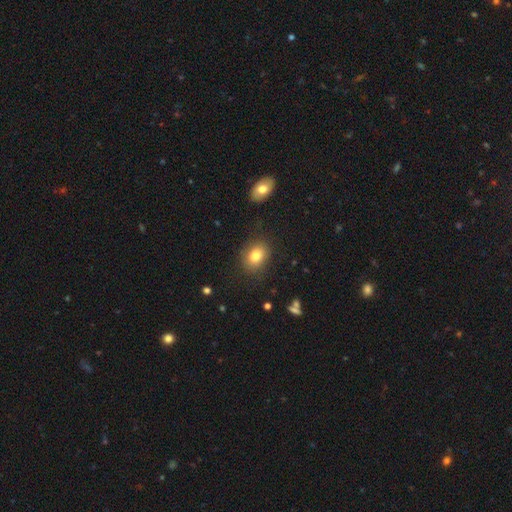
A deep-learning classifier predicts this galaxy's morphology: Q: Smooth or featured?
A: smooth (81%); runner-up: star or artifact (10%)
Q: How rounded?
A: in between (57%); runner-up: round (42%)
Q: Merging?
A: none (83%); runner-up: minor disturbance (11%)